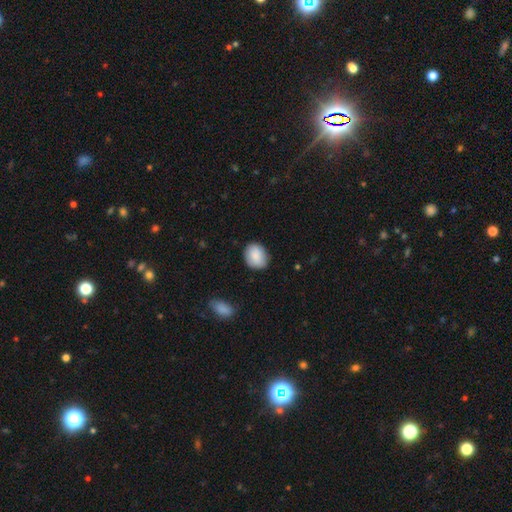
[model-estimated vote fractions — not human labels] smooth_or_featured: smooth (p=0.87) [alt: star or artifact p=0.07]
how_rounded: in between (p=0.50) [alt: round p=0.49]
merging: none (p=0.82) [alt: minor disturbance p=0.14]